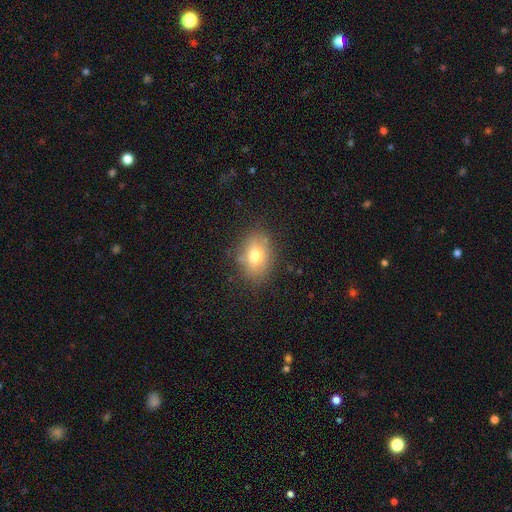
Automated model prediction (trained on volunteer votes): smooth_or_featured: smooth (p=0.71) [alt: featured or disk p=0.18]
how_rounded: in between (p=0.70) [alt: round p=0.28]
merging: none (p=0.78) [alt: minor disturbance p=0.15]